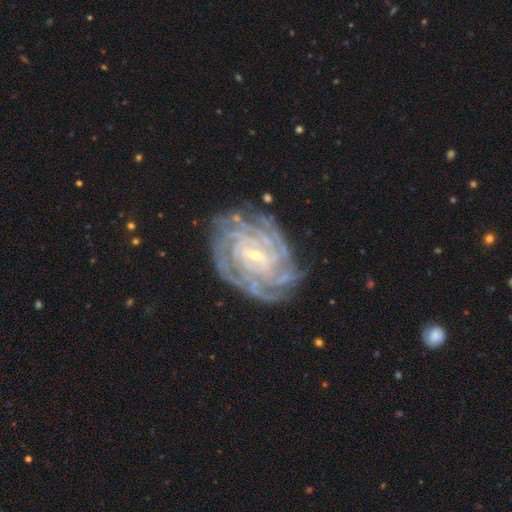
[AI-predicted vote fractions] The model was most divided on "spiral arm count": 4: 28%, more than 4: 23%, can't tell: 21%, 3: 12%, 2: 9%, 1: 7%. Remaining: spiral arms — yes (98%); edge-on disk — no (97%); smooth or featured — featured or disk (91%); spiral winding — tight (81%); merging — none (78%); bulge size — small (77%); bar — weak (48%).